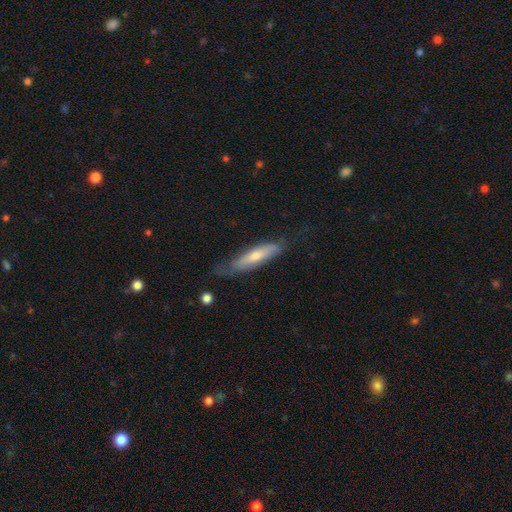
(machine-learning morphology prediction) Smooth or featured? smooth (51%)
How rounded? cigar-shaped (74%)
Merging? none (64%)